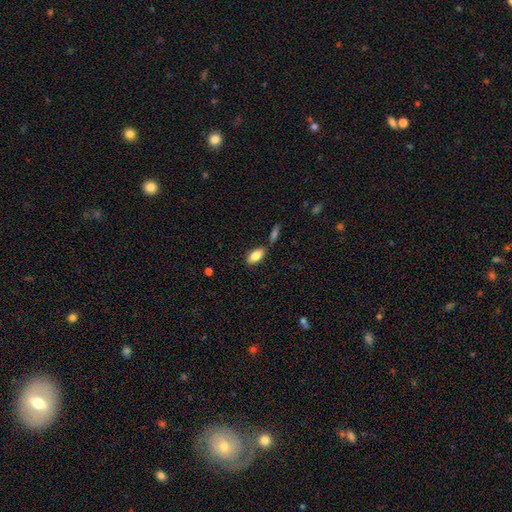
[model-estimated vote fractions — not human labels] This appears to be a smooth galaxy with no disk features (83%) that is in between round and cigar-shaped (90%). Merging: none (76%).